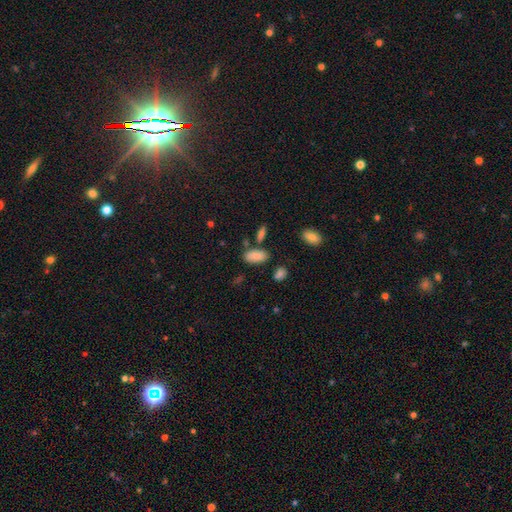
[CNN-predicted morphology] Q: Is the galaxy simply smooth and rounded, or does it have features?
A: smooth — 85%.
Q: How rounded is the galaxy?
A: in between — 93%.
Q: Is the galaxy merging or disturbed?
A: none — 75%.